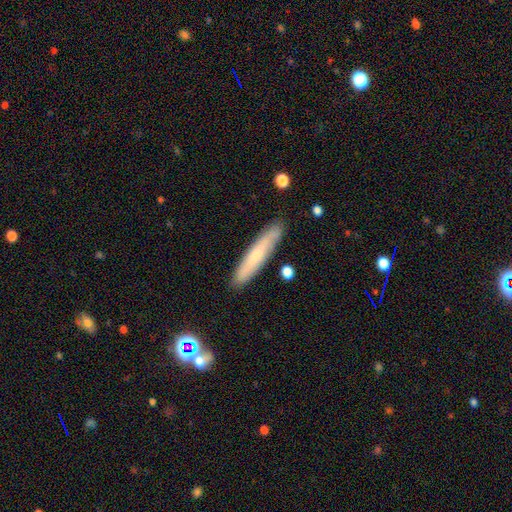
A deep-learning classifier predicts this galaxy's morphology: type=smooth (62%); roundness=cigar-shaped (90%); merging=none (85%).